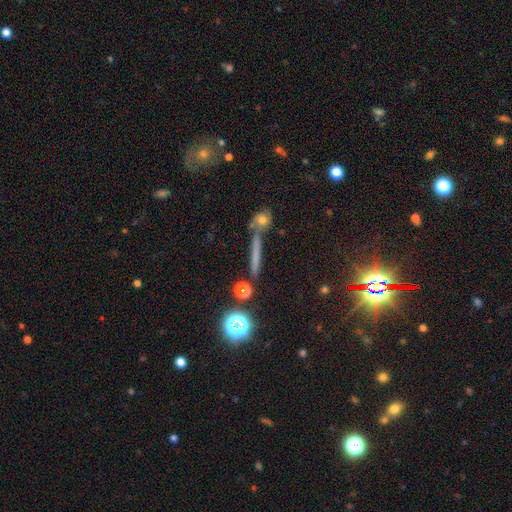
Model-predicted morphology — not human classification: The model was most divided on "smooth or featured": smooth: 54%, featured or disk: 26%, star or artifact: 20%. More confident: how rounded — cigar-shaped (82%); merging — none (73%).